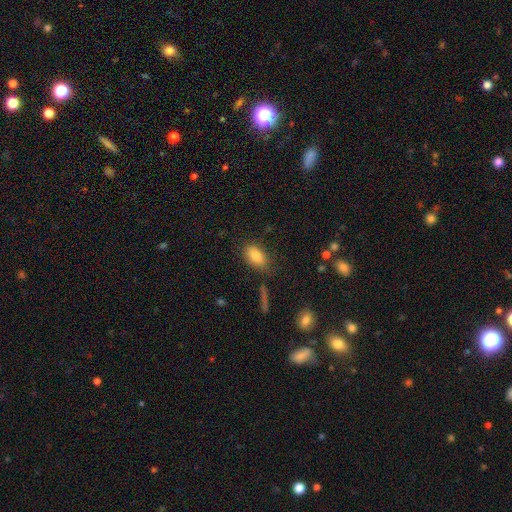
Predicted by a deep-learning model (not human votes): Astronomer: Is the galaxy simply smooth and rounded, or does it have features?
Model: smooth — 83%.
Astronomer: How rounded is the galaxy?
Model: in between — 90%.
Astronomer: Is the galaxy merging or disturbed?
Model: none — 77%.